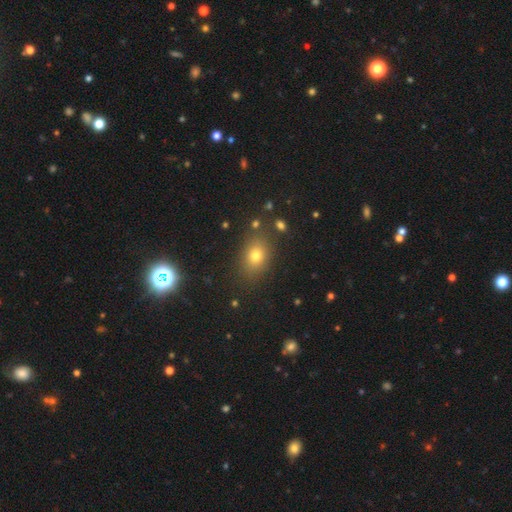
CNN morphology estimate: Smooth or featured: smooth — 70% (star or artifact — 20%)
How rounded: in between — 65% (round — 33%)
Merging: none — 84% (minor disturbance — 10%)